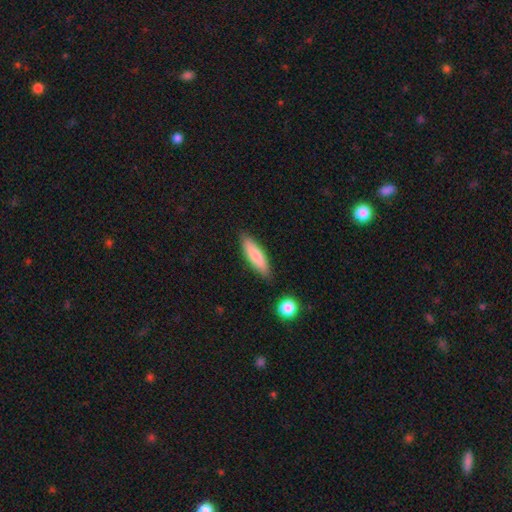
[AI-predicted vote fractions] The model was most divided on "how rounded": cigar-shaped: 64%, in between: 35%, round: 2%. More confident: merging — none (84%); smooth or featured — smooth (80%).